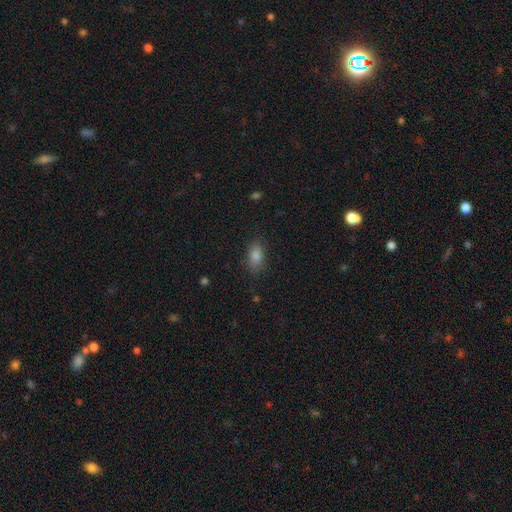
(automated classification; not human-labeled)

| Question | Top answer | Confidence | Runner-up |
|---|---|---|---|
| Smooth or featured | smooth | 81% | star or artifact (12%) |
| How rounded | in between | 86% | round (8%) |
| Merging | none | 84% | minor disturbance (12%) |